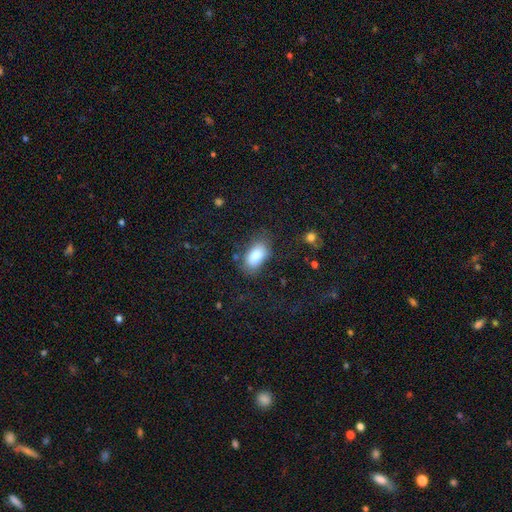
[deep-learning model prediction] Morphology: type=smooth (84%); roundness=in between (92%); merging=none (72%).